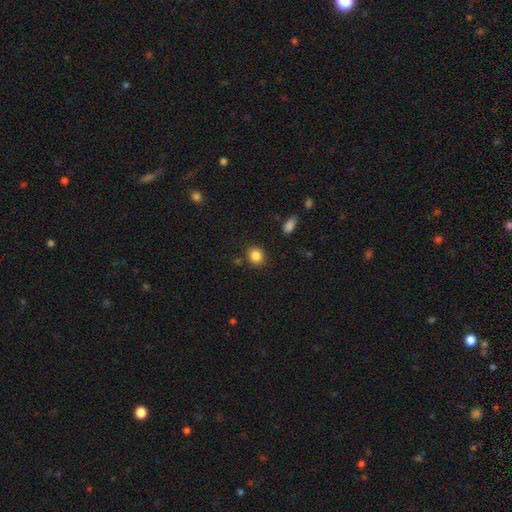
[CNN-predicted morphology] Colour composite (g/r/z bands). It shows a smooth galaxy with no disk features (86%) that is round (73%). Merging: none (86%).